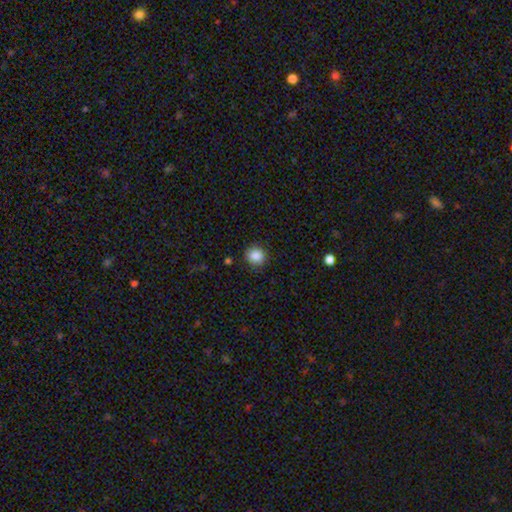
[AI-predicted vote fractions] The model was most divided on "smooth or featured": smooth: 86%, star or artifact: 10%, featured or disk: 4%. More confident: how rounded — round (91%); merging — none (88%).